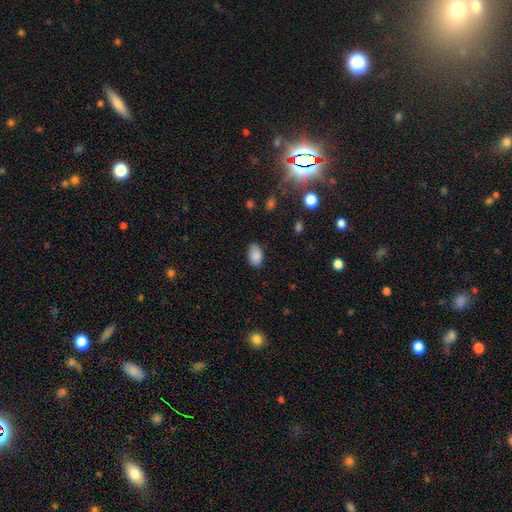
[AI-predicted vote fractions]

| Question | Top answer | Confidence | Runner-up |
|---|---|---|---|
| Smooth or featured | smooth | 88% | star or artifact (8%) |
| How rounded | in between | 92% | round (6%) |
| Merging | none | 78% | minor disturbance (17%) |